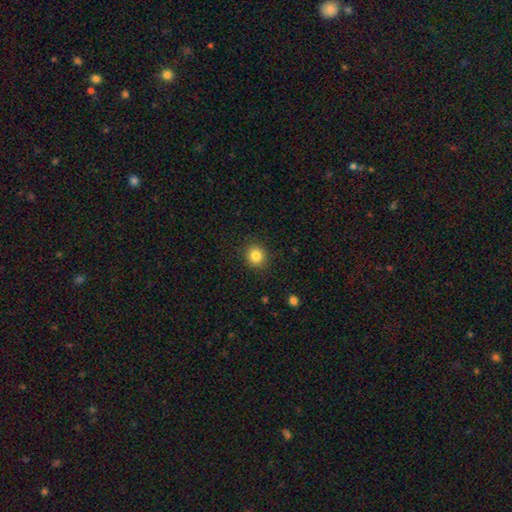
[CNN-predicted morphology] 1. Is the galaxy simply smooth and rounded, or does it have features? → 84% smooth, 11% star or artifact, 6% featured or disk.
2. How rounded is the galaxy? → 84% round, 16% in between, 1% cigar-shaped.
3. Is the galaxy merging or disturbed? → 90% none, 7% minor disturbance, 2% major disturbance, 1% merger.